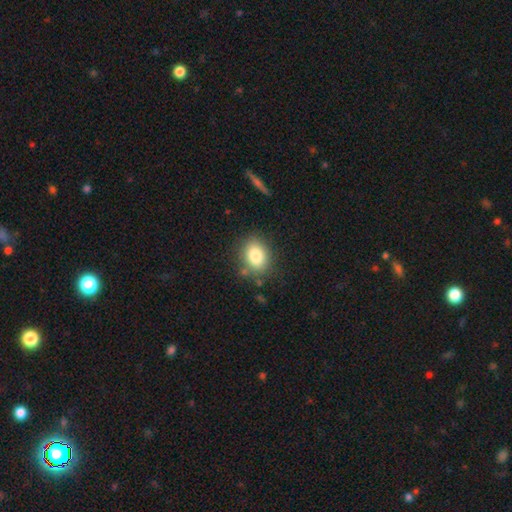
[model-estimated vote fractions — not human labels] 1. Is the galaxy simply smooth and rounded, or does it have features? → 82% smooth, 9% star or artifact, 9% featured or disk.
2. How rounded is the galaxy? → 60% in between, 39% round, 1% cigar-shaped.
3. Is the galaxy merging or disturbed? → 80% none, 13% minor disturbance, 4% major disturbance, 3% merger.